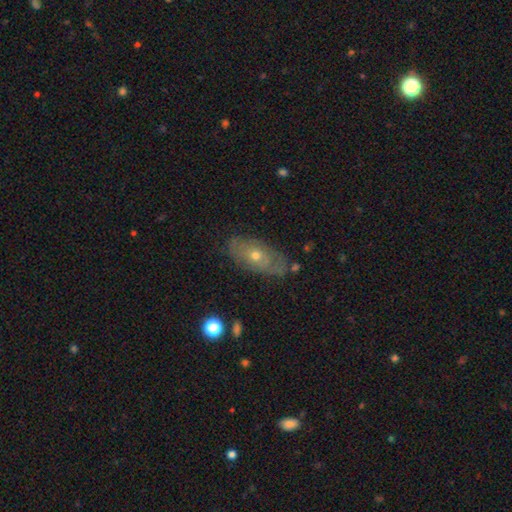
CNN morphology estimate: Smooth or featured: featured or disk — 56% (smooth — 36%)
Edge-on disk: no — 83% (yes — 17%)
Merging: none — 73% (minor disturbance — 20%)